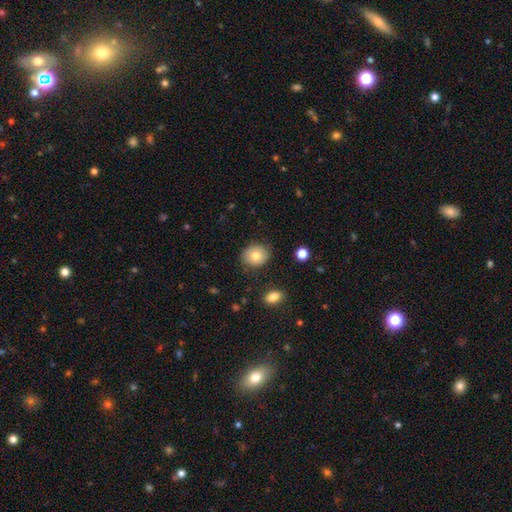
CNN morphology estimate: This is likely a smooth galaxy (77%). How rounded: likely round (63%). Merging: clearly none (82%).